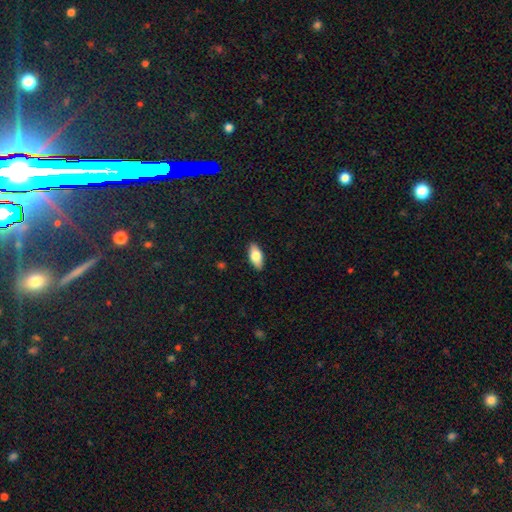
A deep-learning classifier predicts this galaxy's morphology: Smooth or featured?
  - smooth: 75% *
  - featured or disk: 19%
  - star or artifact: 6%
How rounded?
  - in between: 87% *
  - cigar-shaped: 10%
  - round: 3%
Merging?
  - none: 89% *
  - minor disturbance: 8%
  - major disturbance: 2%
  - merger: 1%